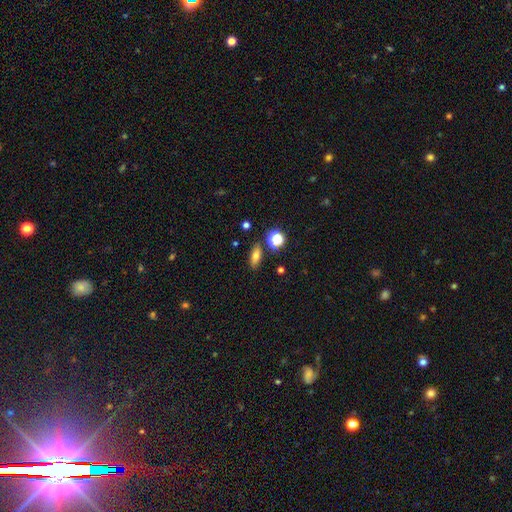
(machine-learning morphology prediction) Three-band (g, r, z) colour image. It shows a smooth galaxy with no disk features (68%) that is in between round and cigar-shaped (69%). Merging: none (83%).